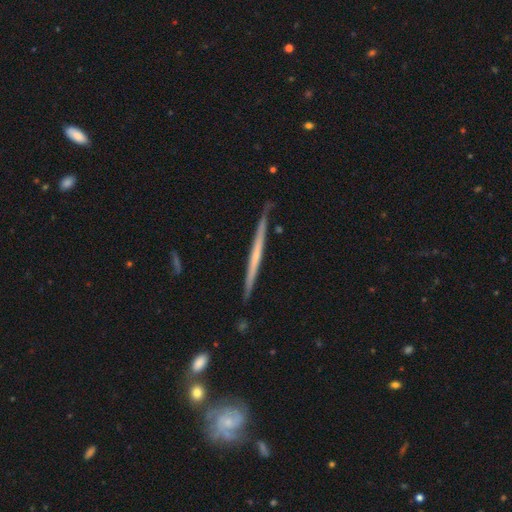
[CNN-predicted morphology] Smooth or featured: featured or disk — 61% (smooth — 34%)
Edge-on disk: yes — 97% (no — 3%)
Edge-on bulge: none — 83% (rounded — 12%)
Merging: none — 86% (minor disturbance — 11%)